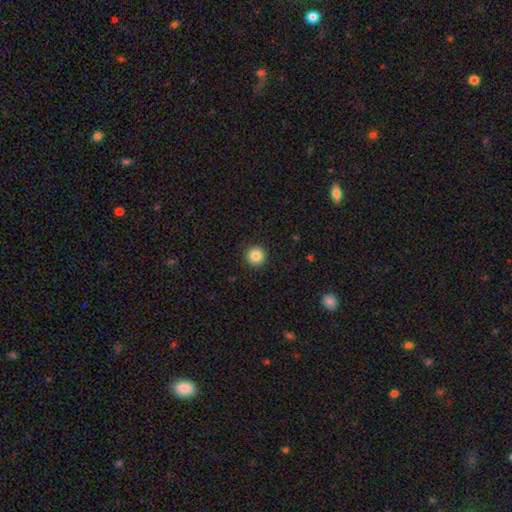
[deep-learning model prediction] A smooth galaxy with no disk features (85%) that is round (96%).

Vote fractions:
- Smooth or featured? smooth: 85% / star or artifact: 10% / featured or disk: 5%
- How rounded? round: 96% / in between: 3% / cigar-shaped: 1%
- Merging? none: 93% / minor disturbance: 5% / major disturbance: 2% / merger: 1%